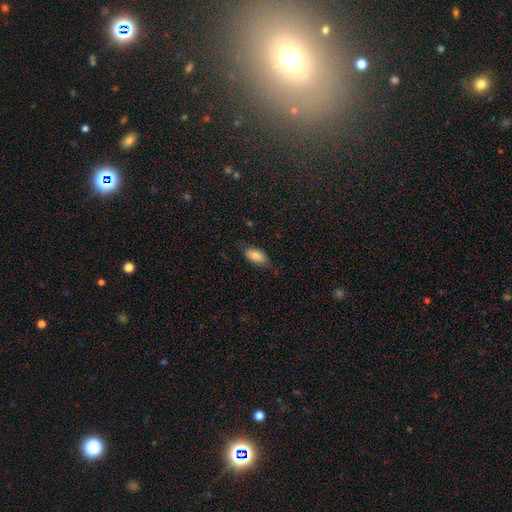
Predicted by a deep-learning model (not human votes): Overall: smooth (84%). How rounded: in between (92%). Merging: none (76%).